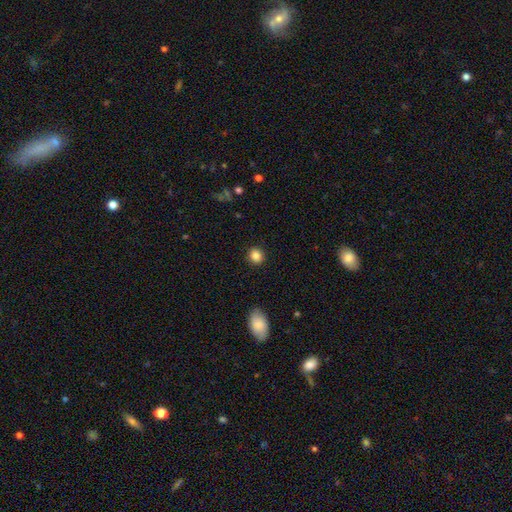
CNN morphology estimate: smooth 85%, star or artifact 10%, featured or disk 5%. Down the decision tree: how rounded — round (85%); merging — none (90%).